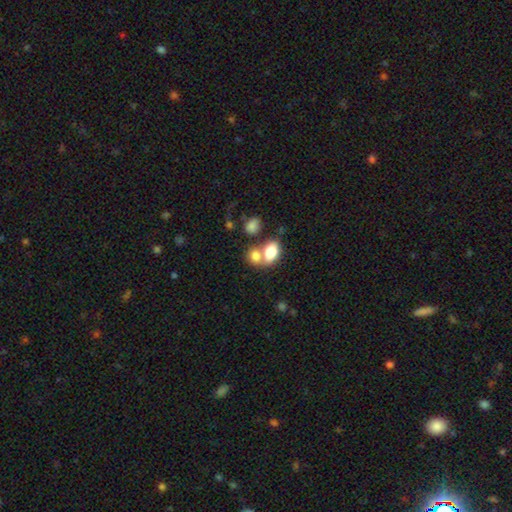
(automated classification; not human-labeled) Smooth or featured? Predicted: smooth (p=0.78). How rounded? Predicted: in between (p=0.74). Merging? Predicted: merger (p=0.57).